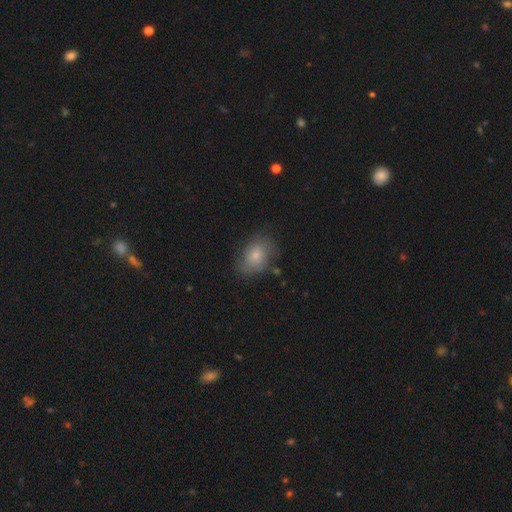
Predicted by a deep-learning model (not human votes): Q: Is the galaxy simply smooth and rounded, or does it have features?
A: smooth — 69%.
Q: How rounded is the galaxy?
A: in between — 74%.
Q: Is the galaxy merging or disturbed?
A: none — 66%.